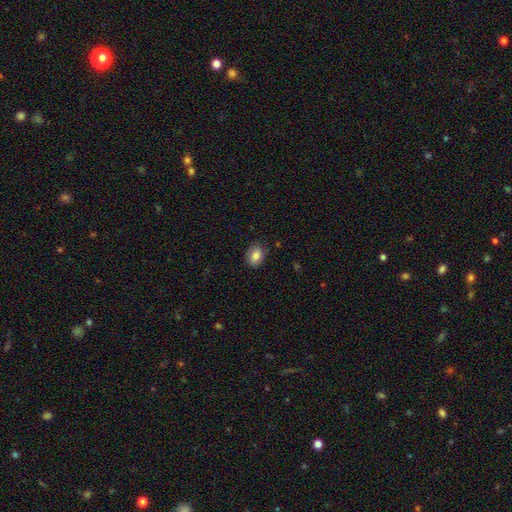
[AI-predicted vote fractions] A smooth galaxy with no disk features (83%) that is in between round and cigar-shaped (73%).

Vote fractions:
- Smooth or featured? smooth: 83% / featured or disk: 9% / star or artifact: 8%
- How rounded? in between: 73% / round: 26% / cigar-shaped: 1%
- Merging? none: 81% / minor disturbance: 15% / major disturbance: 3% / merger: 1%